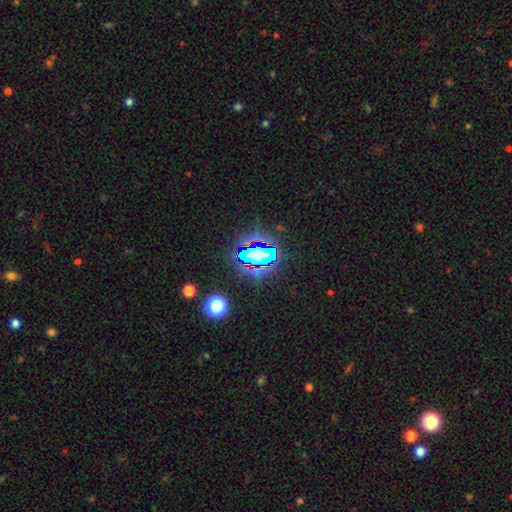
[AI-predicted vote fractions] A star or artifact, not a galaxy (67%).

Vote fractions:
- Smooth or featured? star or artifact: 67% / smooth: 20% / featured or disk: 13%